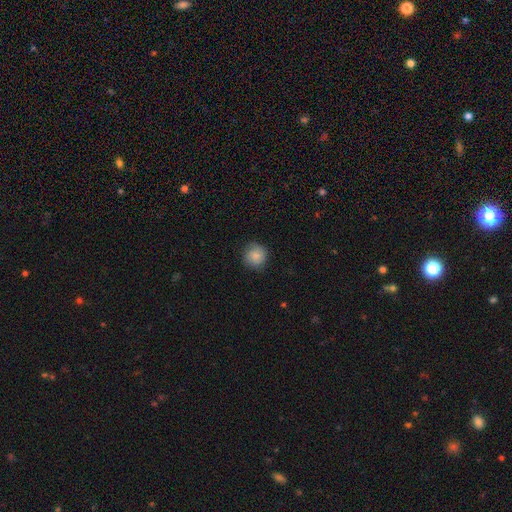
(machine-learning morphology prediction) This is clearly a smooth galaxy (86%). How rounded: clearly round (93%). Merging: clearly none (84%).